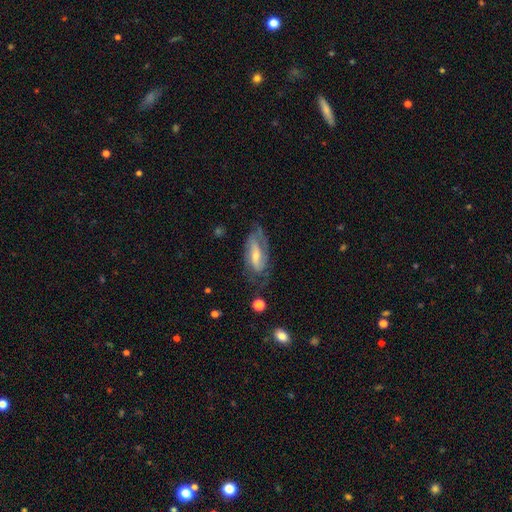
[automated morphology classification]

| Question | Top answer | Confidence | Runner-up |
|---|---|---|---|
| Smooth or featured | featured or disk | 73% | smooth (20%) |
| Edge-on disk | no | 88% | yes (12%) |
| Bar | weak | 40% | strong (34%) |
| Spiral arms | yes | 86% | no (14%) |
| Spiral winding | medium | 42% | tight (37%) |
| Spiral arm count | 2 | 67% | can't tell (21%) |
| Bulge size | small | 49% | moderate (44%) |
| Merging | none | 65% | minor disturbance (22%) |